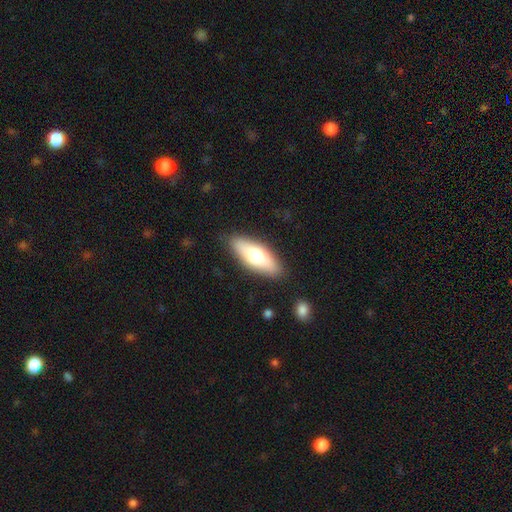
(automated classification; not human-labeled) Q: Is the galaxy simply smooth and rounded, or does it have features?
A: smooth — 68%.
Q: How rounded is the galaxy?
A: in between — 66%.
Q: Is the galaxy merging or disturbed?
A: none — 85%.